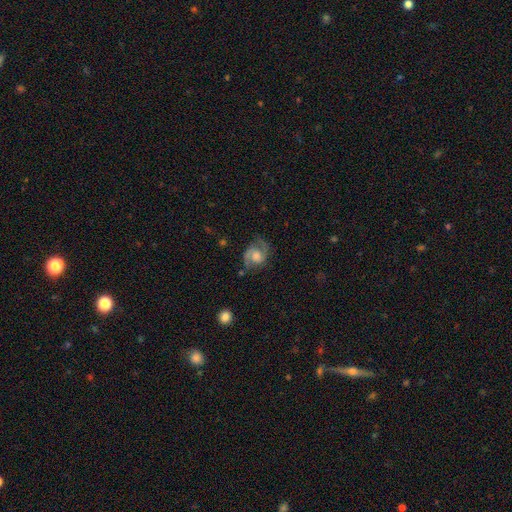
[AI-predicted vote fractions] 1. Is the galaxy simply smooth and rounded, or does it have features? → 80% featured or disk, 13% smooth, 7% star or artifact.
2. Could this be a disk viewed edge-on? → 98% no, 2% yes.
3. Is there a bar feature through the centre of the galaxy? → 58% no, 36% weak, 6% strong.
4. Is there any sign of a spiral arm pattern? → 96% yes, 4% no.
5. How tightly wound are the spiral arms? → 54% medium, 24% tight, 22% loose.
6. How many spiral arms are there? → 90% 2, 4% can't tell, 3% 1, 1% 3, 1% 4, 1% more than 4.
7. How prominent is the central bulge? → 35% moderate, 31% large, 16% none, 14% small, 3% dominant.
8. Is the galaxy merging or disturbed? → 69% none, 20% minor disturbance, 9% major disturbance, 2% merger.